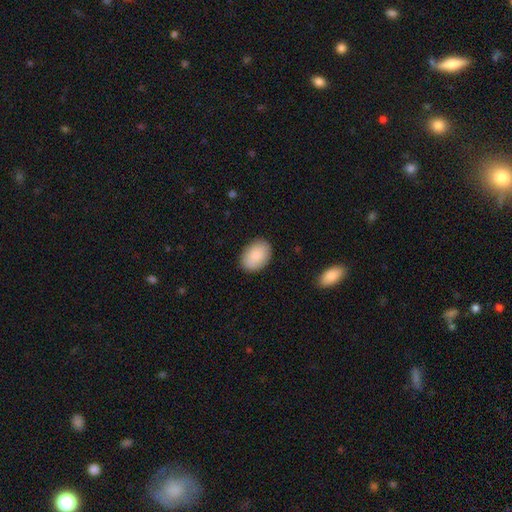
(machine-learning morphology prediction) Q: Smooth or featured?
A: smooth (88%); runner-up: featured or disk (6%)
Q: How rounded?
A: in between (83%); runner-up: round (16%)
Q: Merging?
A: none (88%); runner-up: minor disturbance (9%)